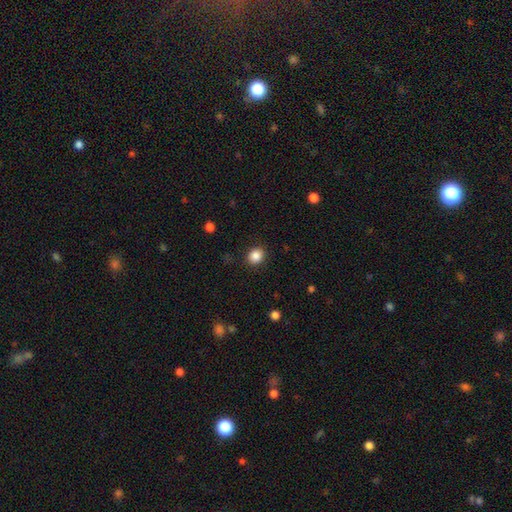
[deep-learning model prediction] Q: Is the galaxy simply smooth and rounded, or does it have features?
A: smooth — 86%.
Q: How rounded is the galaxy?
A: round — 74%.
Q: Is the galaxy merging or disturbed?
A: none — 89%.